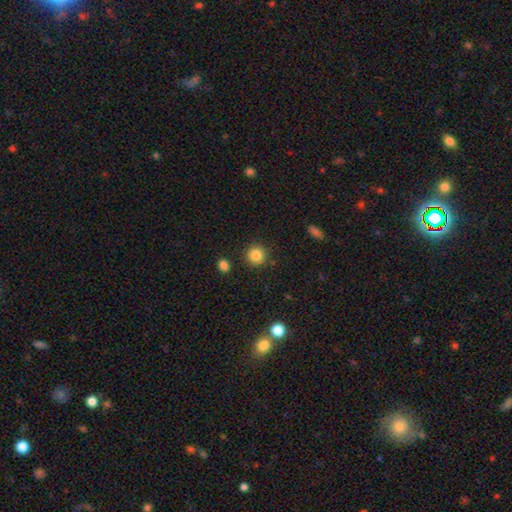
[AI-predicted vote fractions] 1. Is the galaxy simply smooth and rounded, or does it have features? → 85% smooth, 11% star or artifact, 4% featured or disk.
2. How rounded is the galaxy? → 92% round, 7% in between, 1% cigar-shaped.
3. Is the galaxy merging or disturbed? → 88% none, 7% minor disturbance, 3% merger, 2% major disturbance.